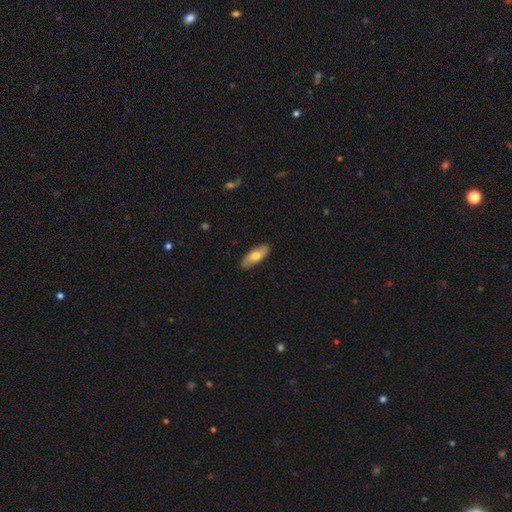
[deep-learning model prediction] This appears to be a smooth galaxy with no disk features (67%) that is in between round and cigar-shaped (74%). Merging: none (87%).